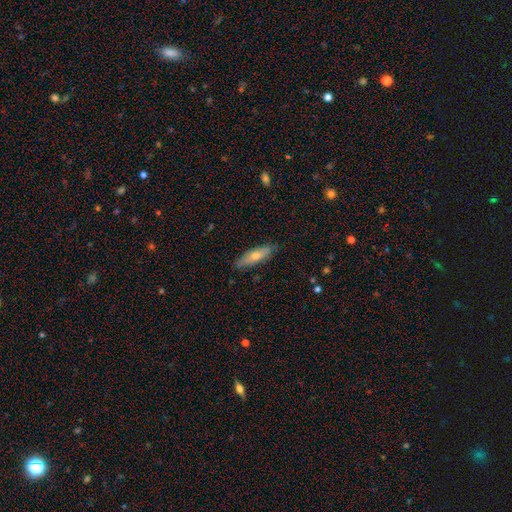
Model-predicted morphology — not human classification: smooth_or_featured: smooth (p=0.64) [alt: featured or disk p=0.30]
how_rounded: cigar-shaped (p=0.57) [alt: in between p=0.41]
merging: none (p=0.84) [alt: minor disturbance p=0.12]